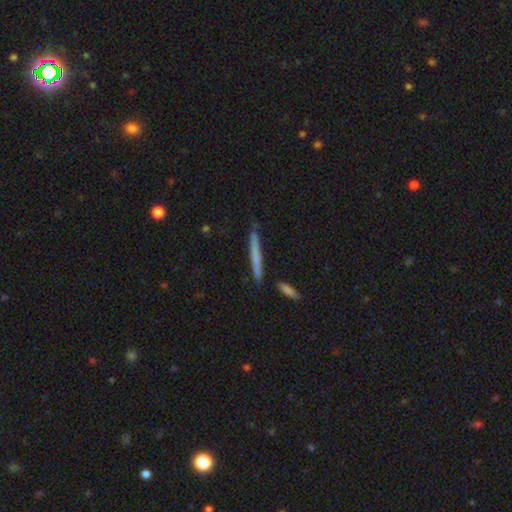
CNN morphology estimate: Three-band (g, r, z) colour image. It shows a smooth galaxy with no disk features (57%) that is cigar-shaped (96%). Merging: none (86%).